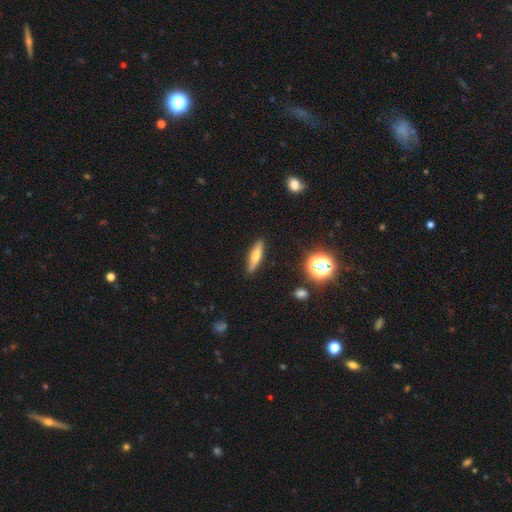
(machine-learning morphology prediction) type=smooth (57%); roundness=cigar-shaped (74%); merging=none (89%).